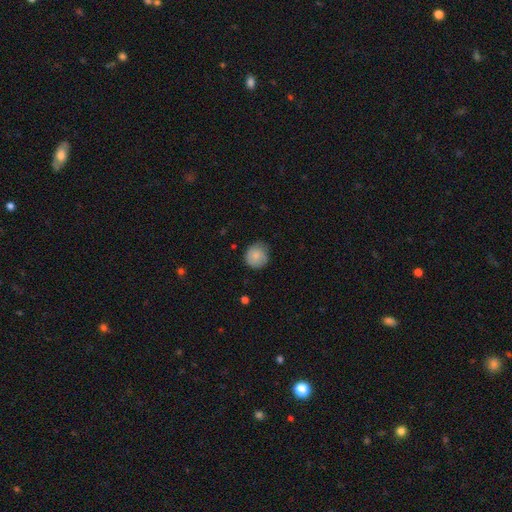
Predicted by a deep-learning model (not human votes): This is likely a smooth galaxy (78%). How rounded: clearly round (88%). Merging: likely none (71%).